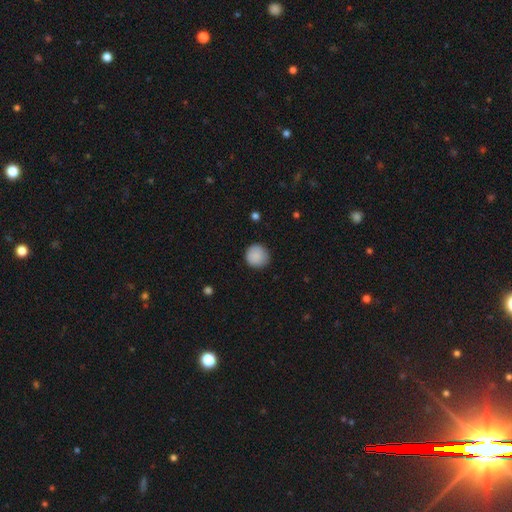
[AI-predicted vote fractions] Smooth or featured: smooth — 89% (star or artifact — 7%)
How rounded: round — 94% (in between — 5%)
Merging: none — 87% (minor disturbance — 10%)